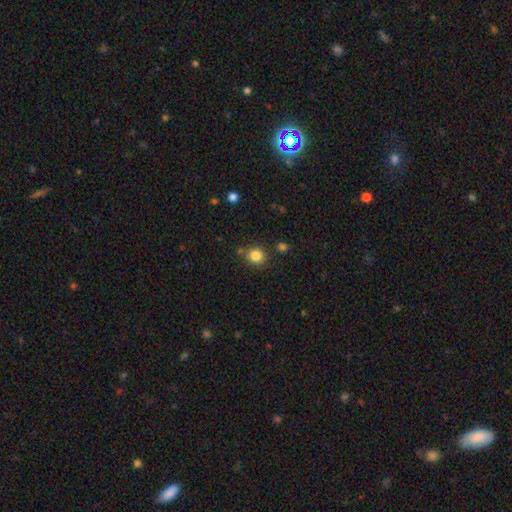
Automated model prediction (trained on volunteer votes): smooth 83%, star or artifact 12%, featured or disk 5%. Down the decision tree: how rounded — round (84%); merging — none (79%).